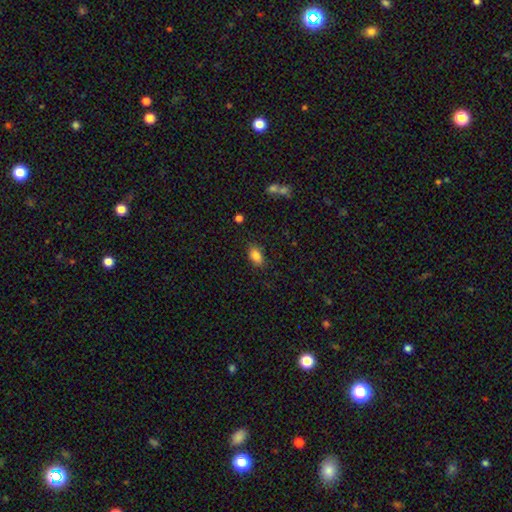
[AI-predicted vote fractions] Q: Smooth or featured?
A: smooth (84%); runner-up: star or artifact (9%)
Q: How rounded?
A: in between (88%); runner-up: round (9%)
Q: Merging?
A: none (82%); runner-up: minor disturbance (13%)